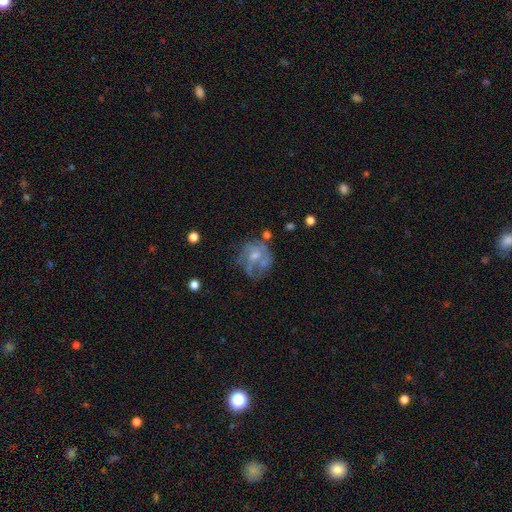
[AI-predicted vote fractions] This is possibly a featured or disk galaxy (59%). It is clearly not viewed edge-on (98%). Bar: likely no (70%). Spiral arm pattern: possibly yes (50%, tied with no). Central bulge: possibly moderate (46%). Merging: marginally none (41%).